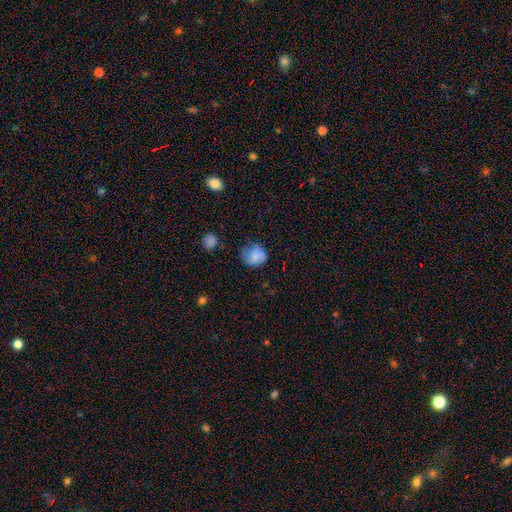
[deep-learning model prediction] A smooth galaxy with no disk features (72%) that is round (72%).

Vote fractions:
- Smooth or featured? smooth: 72% / featured or disk: 19% / star or artifact: 9%
- How rounded? round: 72% / in between: 27% / cigar-shaped: 1%
- Merging? none: 48% / minor disturbance: 32% / major disturbance: 17% / merger: 2%